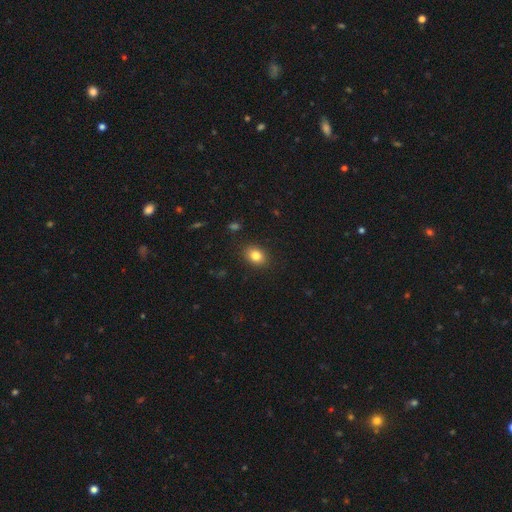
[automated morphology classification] Smooth or featured: smooth — 83% (star or artifact — 10%)
How rounded: in between — 63% (round — 36%)
Merging: none — 88% (minor disturbance — 8%)